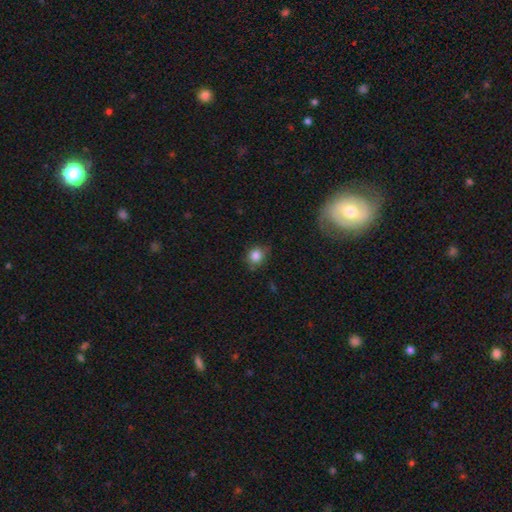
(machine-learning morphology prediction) smooth_or_featured: smooth (p=0.84) [alt: star or artifact p=0.10]
how_rounded: round (p=0.76) [alt: in between p=0.23]
merging: none (p=0.75) [alt: minor disturbance p=0.20]